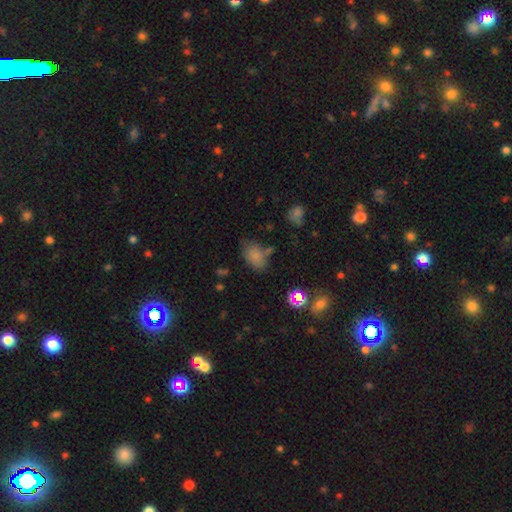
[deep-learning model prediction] smooth-or-featured: smooth: 76% | star or artifact: 14% | featured or disk: 9%
  how-rounded: in between: 84% | round: 15% | cigar-shaped: 2%
  merging: none: 55% | minor disturbance: 24% | merger: 13% | major disturbance: 9%